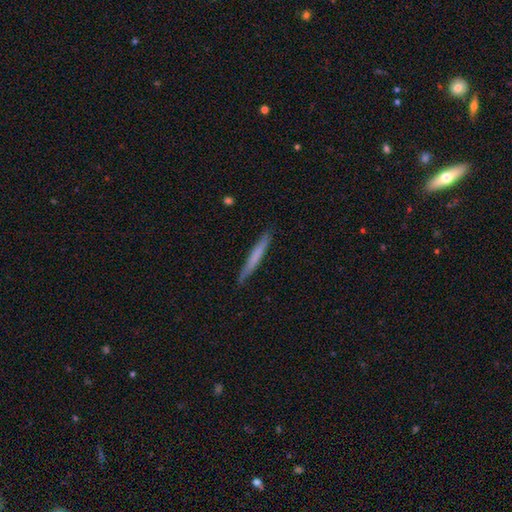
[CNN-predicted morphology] Smooth or featured?
  - smooth: 62% *
  - featured or disk: 32%
  - star or artifact: 6%
How rounded?
  - cigar-shaped: 97% *
  - in between: 2%
  - round: 1%
Merging?
  - none: 89% *
  - minor disturbance: 8%
  - major disturbance: 1%
  - merger: 1%